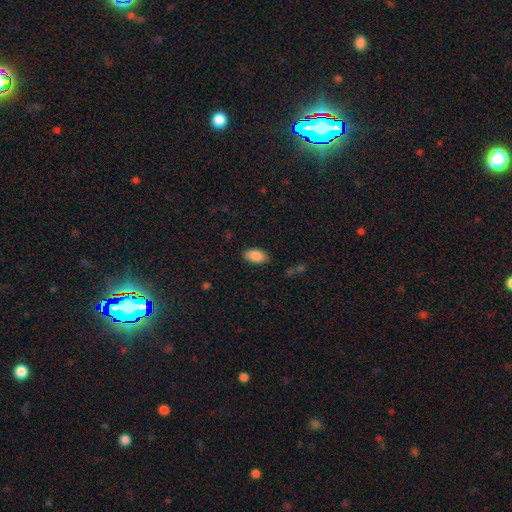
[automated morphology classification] The model was most divided on "merging": none: 85%, minor disturbance: 11%, major disturbance: 3%, merger: 1%. More confident: how rounded — in between (94%); smooth or featured — smooth (88%).